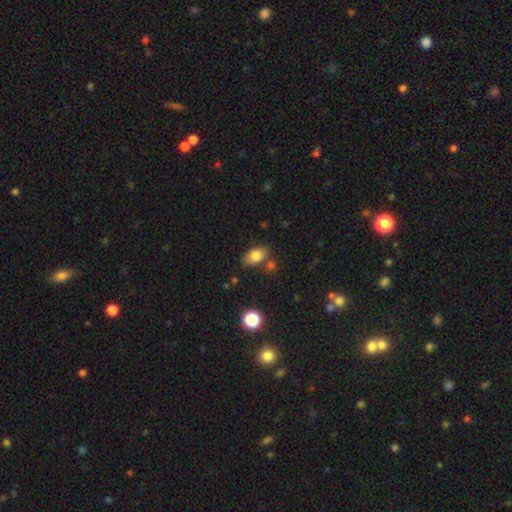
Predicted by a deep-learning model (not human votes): smooth-or-featured: smooth: 80% | featured or disk: 10% | star or artifact: 10%
  how-rounded: in between: 85% | round: 12% | cigar-shaped: 3%
  merging: none: 68% | minor disturbance: 18% | merger: 9% | major disturbance: 5%